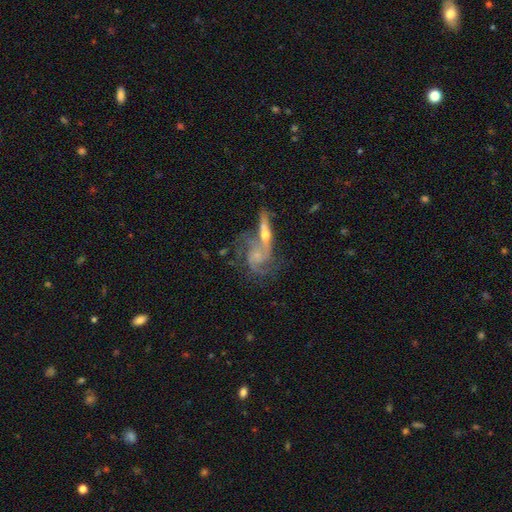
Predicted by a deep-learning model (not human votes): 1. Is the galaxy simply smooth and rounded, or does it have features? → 80% featured or disk, 13% smooth, 7% star or artifact.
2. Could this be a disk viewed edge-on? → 90% no, 10% yes.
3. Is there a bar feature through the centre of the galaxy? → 72% no, 23% weak, 5% strong.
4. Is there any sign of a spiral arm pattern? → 90% yes, 10% no.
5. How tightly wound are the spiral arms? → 45% medium, 35% tight, 20% loose.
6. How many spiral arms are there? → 38% 2, 24% can't tell, 22% 3, 6% 1, 6% 4, 4% more than 4.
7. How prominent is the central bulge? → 63% small, 26% moderate, 7% none, 2% large, 1% dominant.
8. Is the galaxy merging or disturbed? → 37% merger, 35% none, 14% minor disturbance, 14% major disturbance.